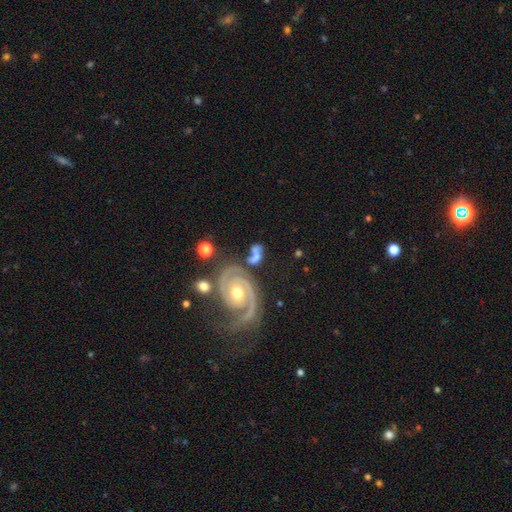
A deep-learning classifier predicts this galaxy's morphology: Overall: featured or disk (61%; smooth 30%). Edge-on disk: no (96%). Bar: no (57%; weak 29%). Spiral arms: yes (88%). Spiral arm count: 2 (84%). Spiral winding: tight (42%; medium 39%). Bulge size: moderate (66%). Merging: none (43%; merger 29%).